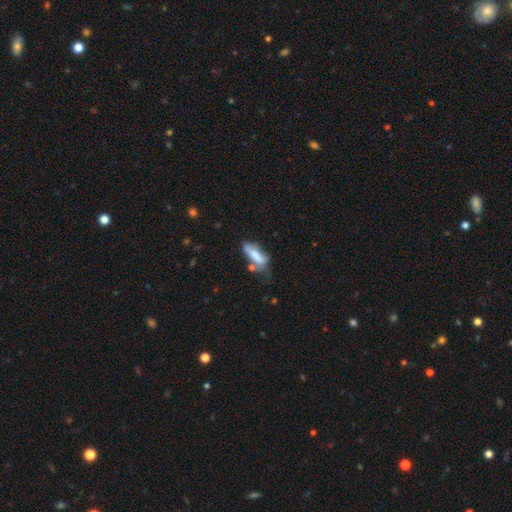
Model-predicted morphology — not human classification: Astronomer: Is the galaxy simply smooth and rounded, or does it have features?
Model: smooth — 71%.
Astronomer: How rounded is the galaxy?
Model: in between — 59% (runner-up: cigar-shaped, 39%).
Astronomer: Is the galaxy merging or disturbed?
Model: none — 35% (runner-up: minor disturbance, 32%).